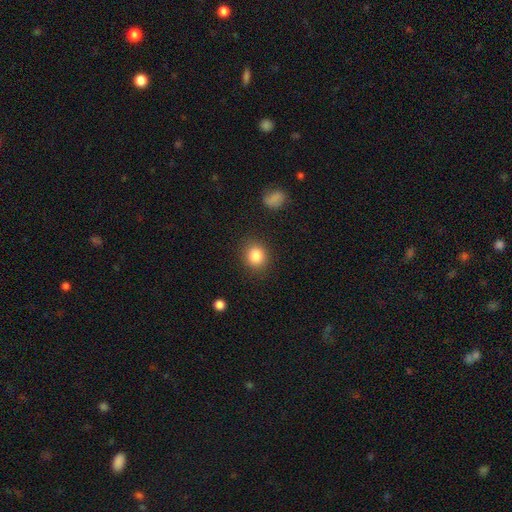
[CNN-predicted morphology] A smooth galaxy with no disk features (86%) that is round (72%). Merging: none (86%).